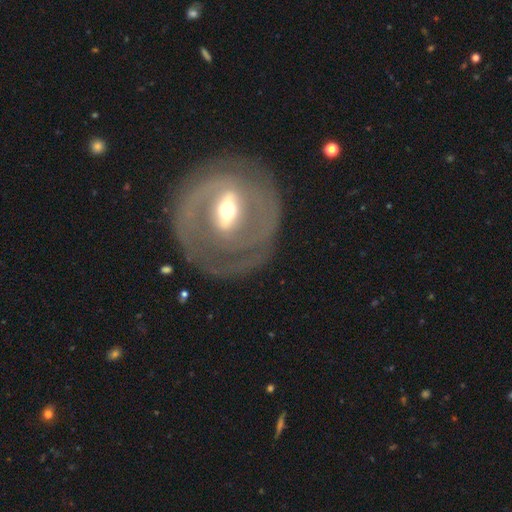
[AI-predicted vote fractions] smooth-or-featured: featured or disk: 81% | smooth: 13% | star or artifact: 6%
  disk-edge-on: no: 93% | yes: 7%
    bar: strong: 48% | weak: 38% | no: 15%
    has-spiral-arms: yes: 70% | no: 30%
      spiral-winding: tight: 64% | medium: 26% | loose: 10%
      spiral-arm-count: 2: 47% | can't tell: 27% | 1: 14% | 3: 6% | 4: 3% | more than 4: 3%
    bulge-size: moderate: 63% | small: 28% | large: 7% | dominant: 1% | none: 1%
  merging: none: 75% | minor disturbance: 14% | major disturbance: 9% | merger: 2%